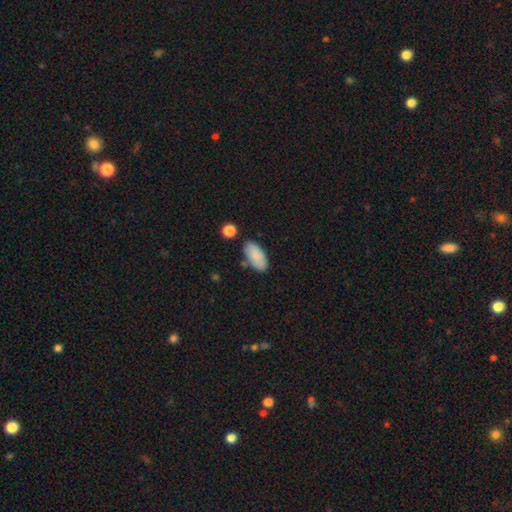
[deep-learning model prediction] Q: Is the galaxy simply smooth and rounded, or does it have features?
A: smooth — 87%.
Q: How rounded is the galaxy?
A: in between — 93%.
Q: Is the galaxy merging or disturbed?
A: none — 78%.